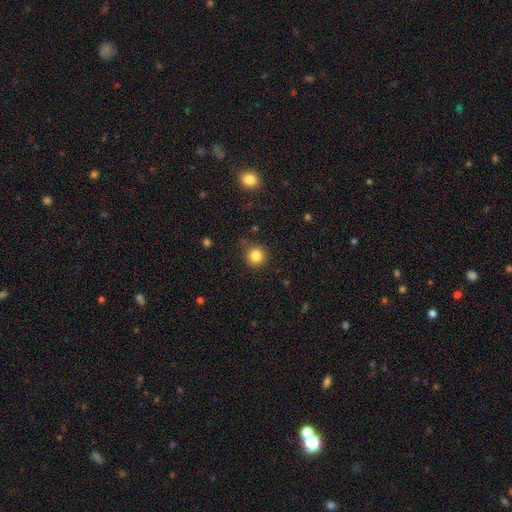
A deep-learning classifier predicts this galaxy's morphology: A smooth galaxy with no disk features (83%) that is round (94%).

Vote fractions:
- Smooth or featured? smooth: 83% / star or artifact: 12% / featured or disk: 5%
- How rounded? round: 94% / in between: 6% / cigar-shaped: 1%
- Merging? none: 86% / minor disturbance: 9% / major disturbance: 3% / merger: 2%